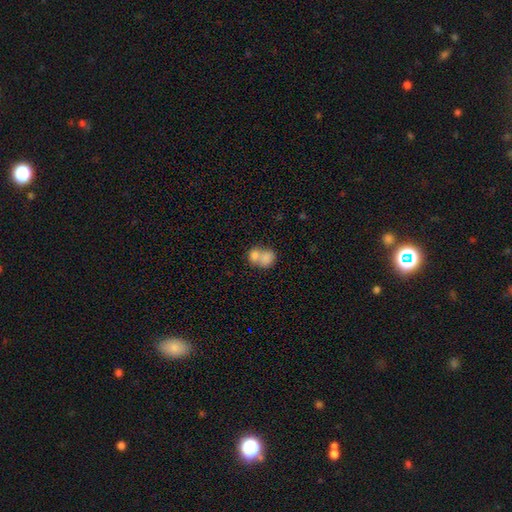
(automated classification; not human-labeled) Smooth or featured?
  - smooth: 77% *
  - featured or disk: 15%
  - star or artifact: 8%
How rounded?
  - round: 54% *
  - in between: 45%
  - cigar-shaped: 1%
Merging?
  - merger: 71% *
  - none: 20%
  - minor disturbance: 6%
  - major disturbance: 3%